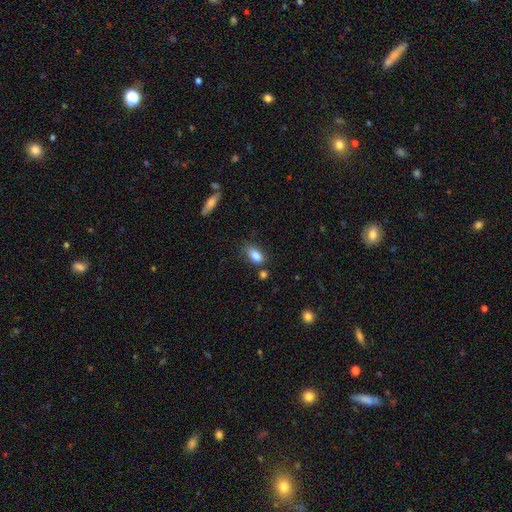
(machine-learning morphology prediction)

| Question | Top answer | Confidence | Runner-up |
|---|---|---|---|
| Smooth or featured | smooth | 85% | star or artifact (9%) |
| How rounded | in between | 87% | round (7%) |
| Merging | none | 63% | minor disturbance (23%) |